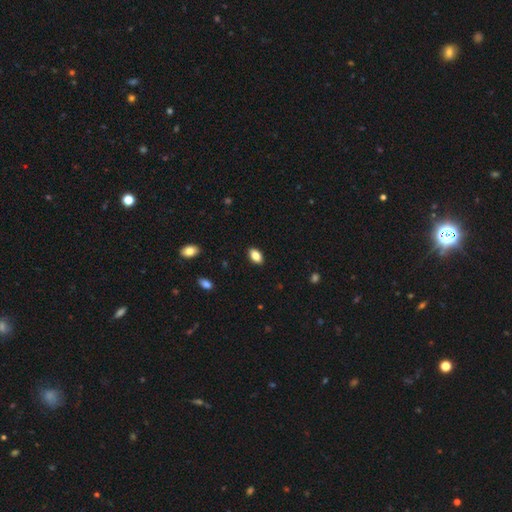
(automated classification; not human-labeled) Q: Smooth or featured?
A: smooth (84%); runner-up: star or artifact (8%)
Q: How rounded?
A: in between (91%); runner-up: round (6%)
Q: Merging?
A: none (89%); runner-up: minor disturbance (8%)